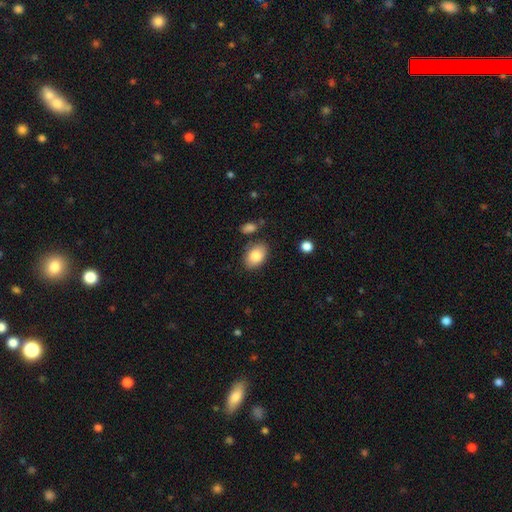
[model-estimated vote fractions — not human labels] Smooth or featured? smooth (85%)
How rounded? in between (86%)
Merging? none (78%)